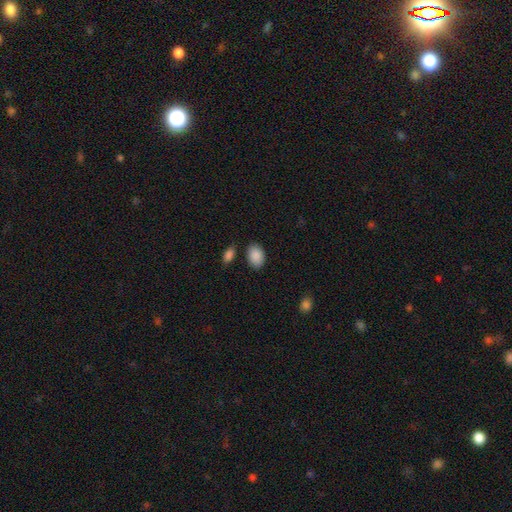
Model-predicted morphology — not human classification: A smooth galaxy with no disk features (90%) that is in between round and cigar-shaped (86%). Merging: none (81%).